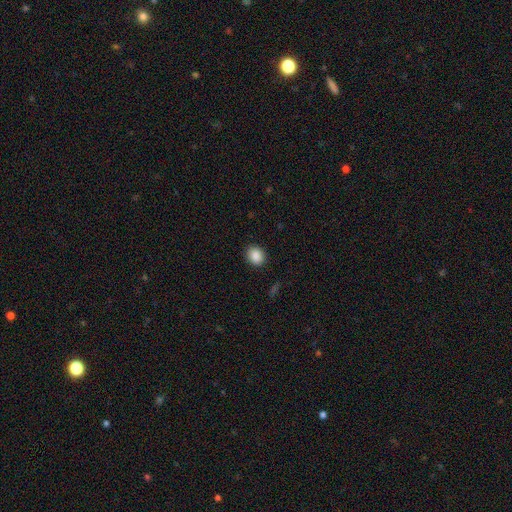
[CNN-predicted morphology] Smooth or featured: smooth — 88% (star or artifact — 9%)
How rounded: round — 61% (in between — 38%)
Merging: none — 90% (minor disturbance — 7%)